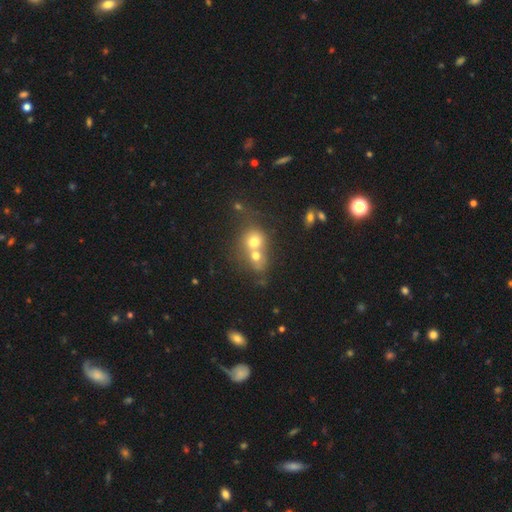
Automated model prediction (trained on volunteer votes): This appears to be a smooth galaxy with no disk features (65%) that is round (70%). Merging: merger (70%).